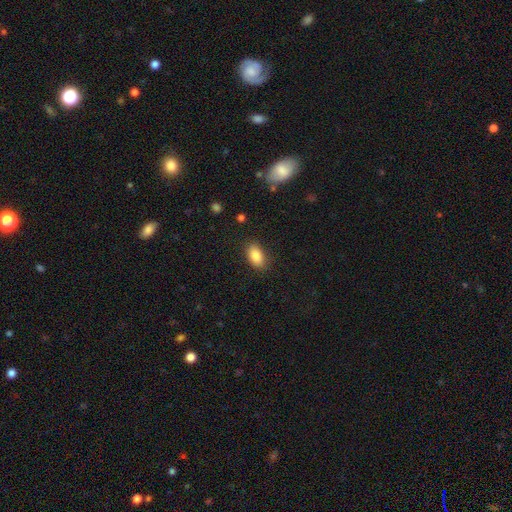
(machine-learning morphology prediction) This appears to be a smooth galaxy with no disk features (86%) that is in between round and cigar-shaped (91%). Merging: none (86%).